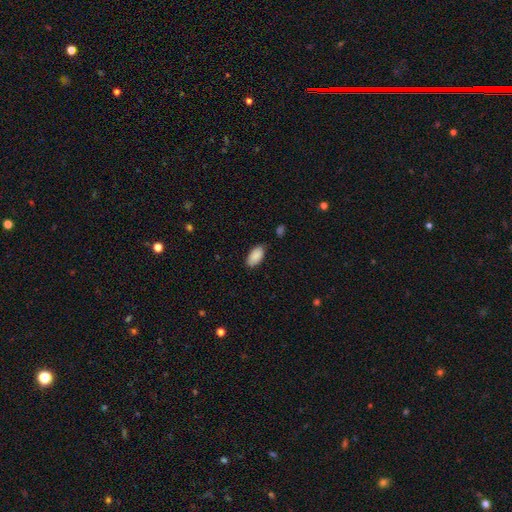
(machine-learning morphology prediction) Overall: smooth (90%). How rounded: in between (94%). Merging: none (81%).